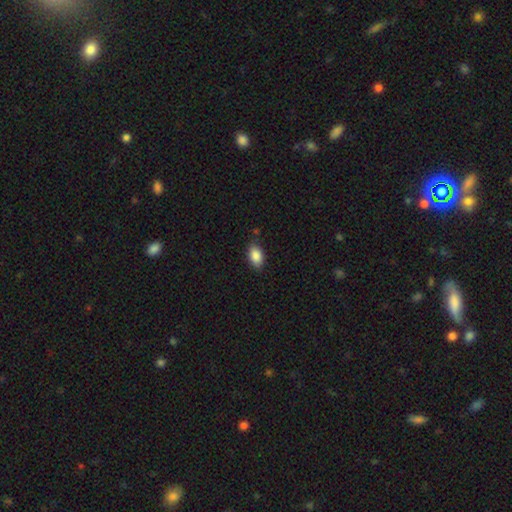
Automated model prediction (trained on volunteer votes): smooth-or-featured: smooth: 87% | star or artifact: 7% | featured or disk: 5%
  how-rounded: in between: 90% | round: 8% | cigar-shaped: 2%
  merging: none: 83% | minor disturbance: 13% | major disturbance: 2% | merger: 2%